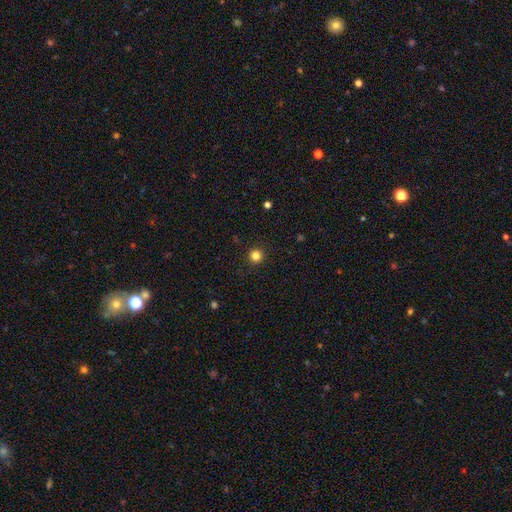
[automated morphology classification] This is clearly a smooth galaxy (83%). How rounded: clearly round (96%). Merging: clearly none (93%).